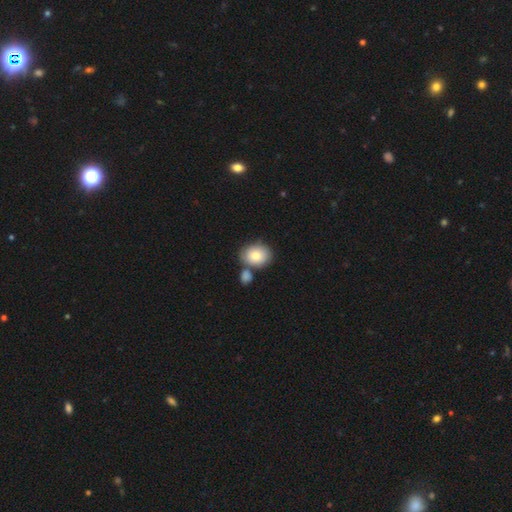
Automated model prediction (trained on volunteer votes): Smooth or featured?
  - smooth: 82% *
  - featured or disk: 12%
  - star or artifact: 7%
How rounded?
  - in between: 51% *
  - round: 48%
  - cigar-shaped: 1%
Merging?
  - none: 57% *
  - merger: 26%
  - minor disturbance: 14%
  - major disturbance: 4%